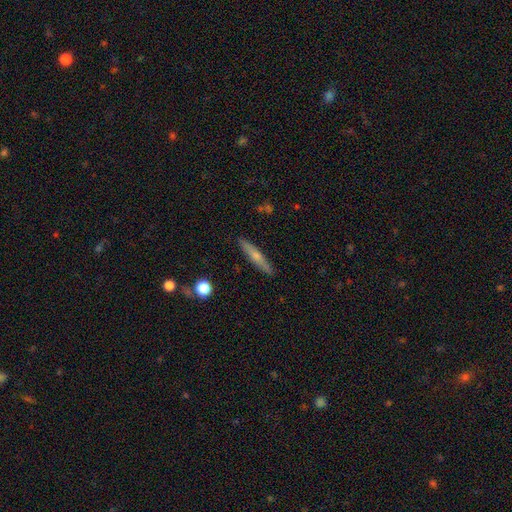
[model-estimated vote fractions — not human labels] The model was most divided on "smooth or featured": smooth: 52%, featured or disk: 41%, star or artifact: 7%. More confident: how rounded — cigar-shaped (91%); merging — none (89%).